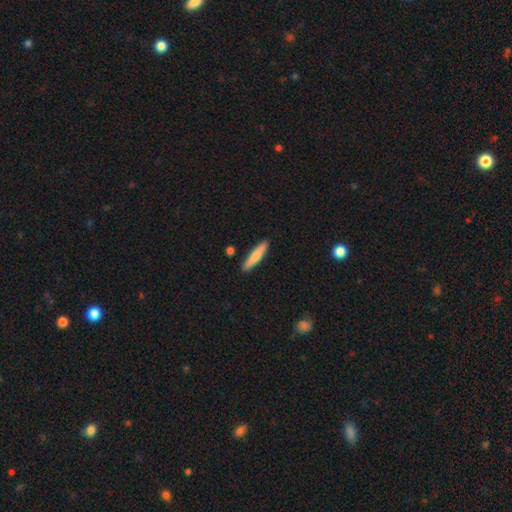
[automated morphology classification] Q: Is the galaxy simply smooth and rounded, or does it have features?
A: smooth — 74%.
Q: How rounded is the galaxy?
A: cigar-shaped — 86%.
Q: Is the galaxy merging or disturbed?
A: none — 88%.